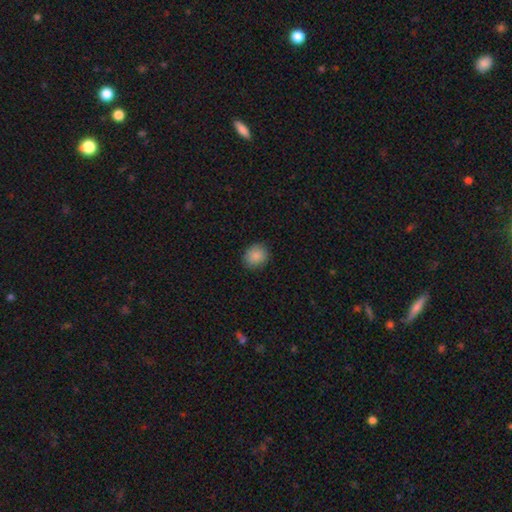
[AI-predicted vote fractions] Smooth or featured?
  - smooth: 87% *
  - star or artifact: 8%
  - featured or disk: 5%
How rounded?
  - round: 69% *
  - in between: 30%
  - cigar-shaped: 1%
Merging?
  - none: 87% *
  - minor disturbance: 10%
  - major disturbance: 2%
  - merger: 1%